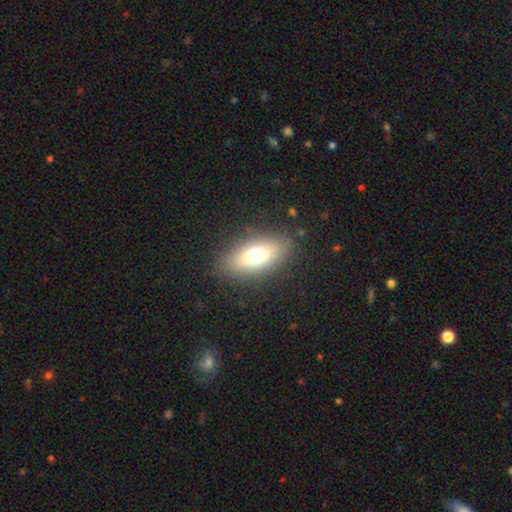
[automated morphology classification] Smooth or featured: smooth — 66% (featured or disk — 23%)
How rounded: in between — 79% (cigar-shaped — 13%)
Merging: none — 85% (minor disturbance — 10%)